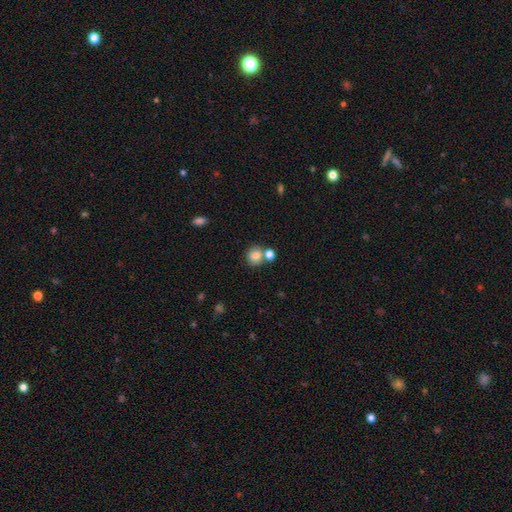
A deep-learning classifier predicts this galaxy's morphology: This appears to be a smooth galaxy with no disk features (81%) that is round (83%). Merging: none (57%).